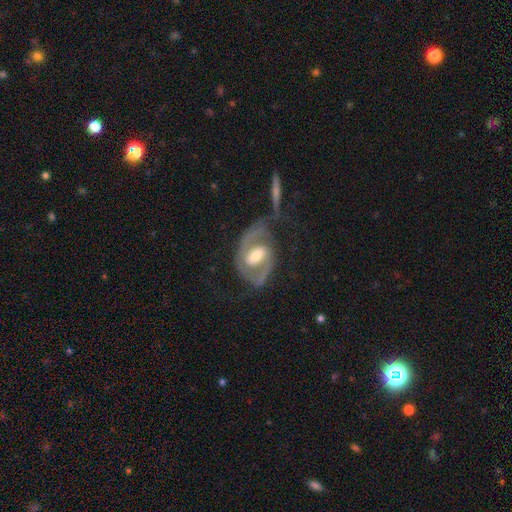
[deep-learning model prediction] Overall: featured or disk (82%). Edge-on disk: no (96%). Bar: weak (46%; strong 32%). Spiral arms: yes (89%). Spiral arm count: 2 (83%). Spiral winding: medium (49%; tight 34%). Bulge size: moderate (56%; large 25%). Merging: none (49%; major disturbance 22%).